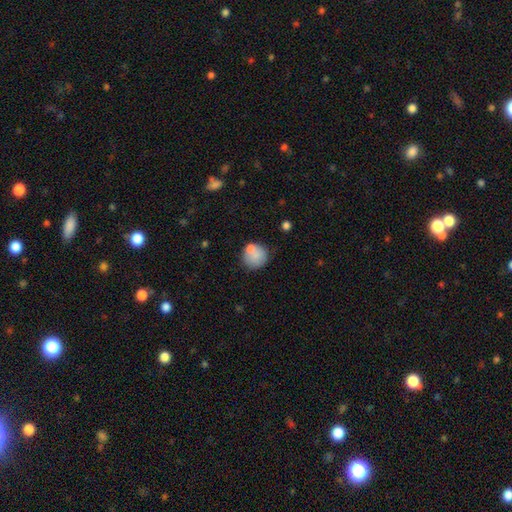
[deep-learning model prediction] Smooth or featured?
  - smooth: 80% *
  - featured or disk: 12%
  - star or artifact: 8%
How rounded?
  - round: 88% *
  - in between: 11%
  - cigar-shaped: 1%
Merging?
  - none: 65% *
  - minor disturbance: 16%
  - merger: 14%
  - major disturbance: 5%